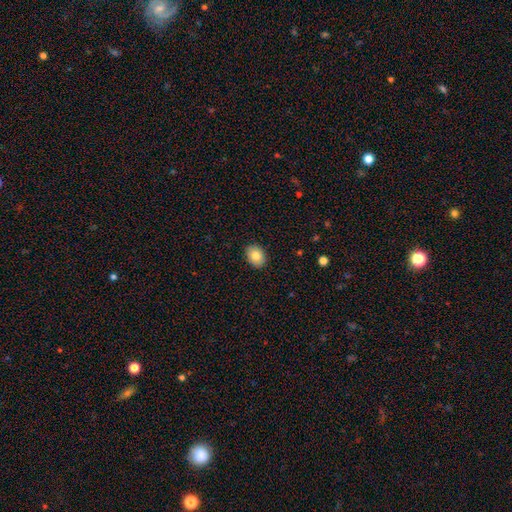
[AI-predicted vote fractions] Overall: smooth (82%). How rounded: in between (69%; round 30%). Merging: none (89%).